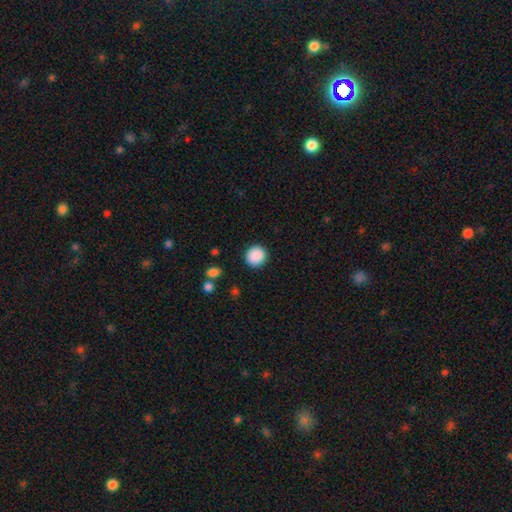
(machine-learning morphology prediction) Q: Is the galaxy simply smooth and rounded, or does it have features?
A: smooth — 89%.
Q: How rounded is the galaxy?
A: round — 90%.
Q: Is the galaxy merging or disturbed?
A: none — 90%.